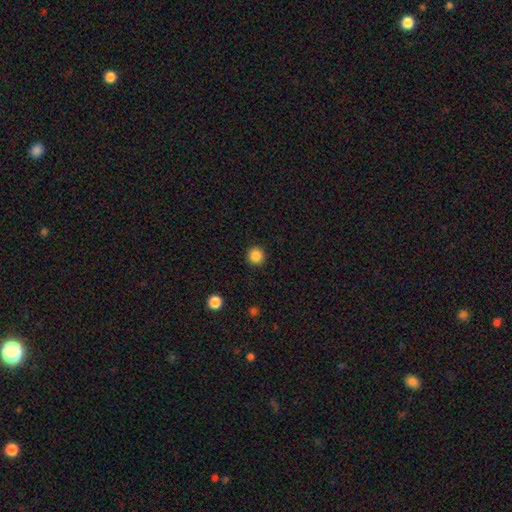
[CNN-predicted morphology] smooth 86%, star or artifact 11%, featured or disk 3%. Down the decision tree: how rounded — round (95%); merging — none (92%).